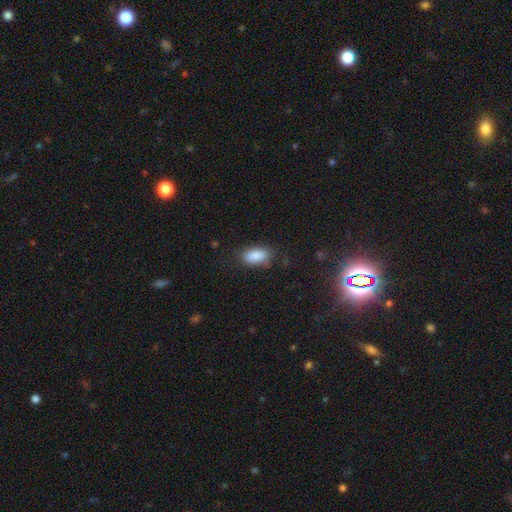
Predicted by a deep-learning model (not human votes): Smooth or featured: smooth — 87% (star or artifact — 7%)
How rounded: in between — 91% (cigar-shaped — 6%)
Merging: none — 76% (minor disturbance — 17%)